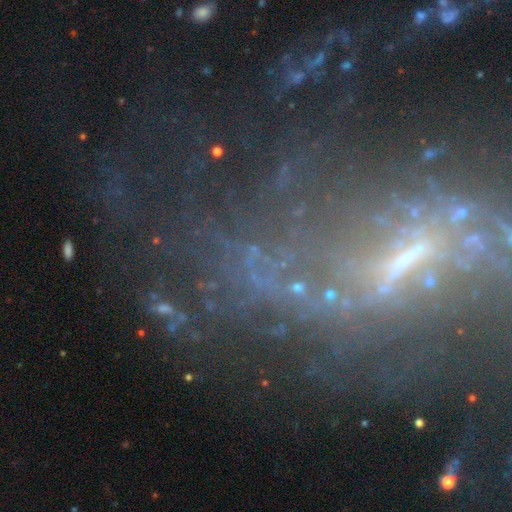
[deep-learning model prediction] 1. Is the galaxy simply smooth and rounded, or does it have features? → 51% star or artifact, 33% featured or disk, 16% smooth.